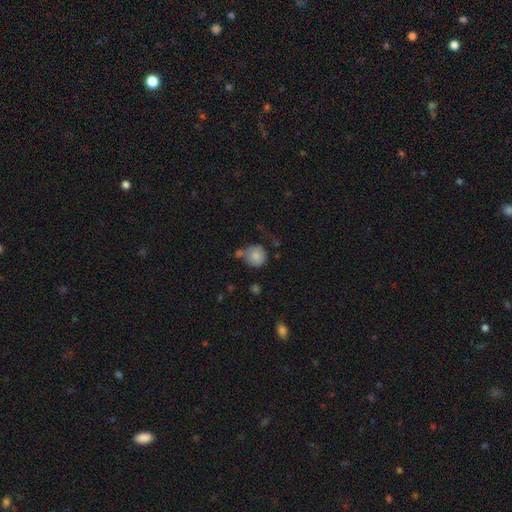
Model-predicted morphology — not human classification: smooth-or-featured: smooth: 83% | featured or disk: 8% | star or artifact: 8%
  how-rounded: round: 89% | in between: 10% | cigar-shaped: 1%
  merging: none: 52% | minor disturbance: 21% | merger: 18% | major disturbance: 10%